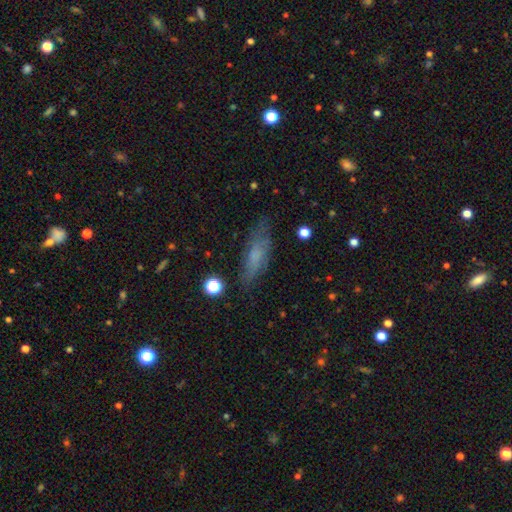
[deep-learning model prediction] Smooth or featured? Predicted: smooth (p=0.58). How rounded? Predicted: in between (p=0.49). Merging? Predicted: none (p=0.72).